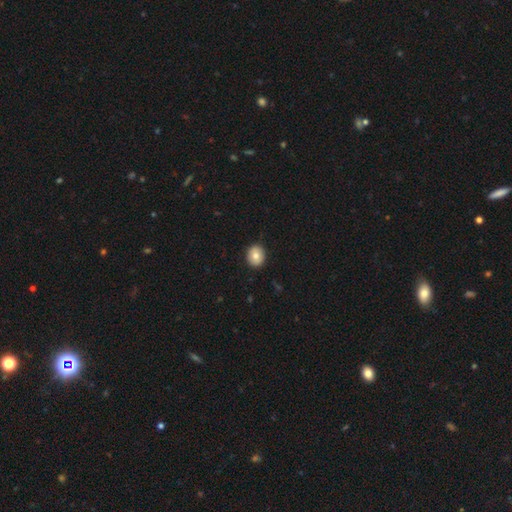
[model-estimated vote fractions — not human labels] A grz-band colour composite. It shows a smooth galaxy with no disk features (79%) that is round (70%). Merging: none (89%).